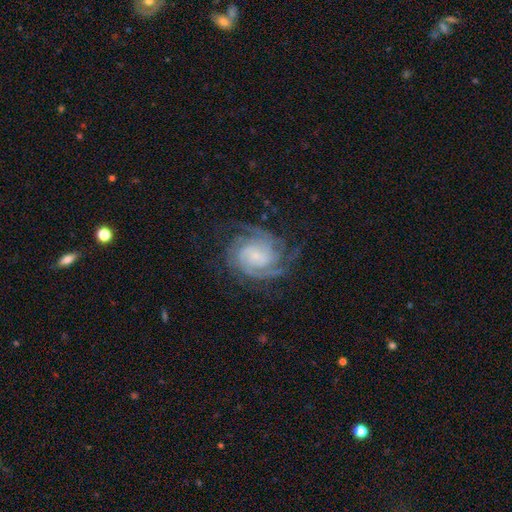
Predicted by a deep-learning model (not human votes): A featured or disk galaxy (88%) with no bar (59%), 3 (28%) tight (66%) spiral arms (98%) and a small central bulge (65%).

Vote fractions:
- Smooth or featured? featured or disk: 88% / star or artifact: 6% / smooth: 6%
- Edge-on disk? no: 98% / yes: 2%
- Bar? no: 59% / weak: 32% / strong: 9%
- Spiral arms? yes: 98% / no: 2%
- Spiral winding? tight: 66% / medium: 29% / loose: 5%
- Spiral arm count? 3: 28% / 2: 26% / can't tell: 18% / 4: 14% / more than 4: 7% / 1: 7%
- Bulge size? small: 65% / moderate: 18% / none: 12% / large: 4% / dominant: 1%
- Merging? none: 75% / minor disturbance: 15% / major disturbance: 9% / merger: 1%